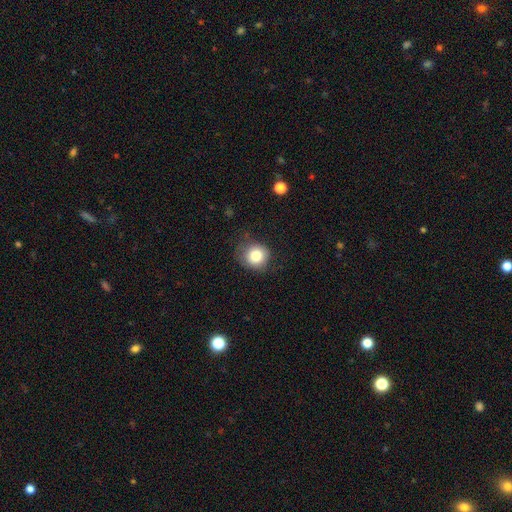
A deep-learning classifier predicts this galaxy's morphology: Overall: smooth (81%). How rounded: round (87%). Merging: none (74%).